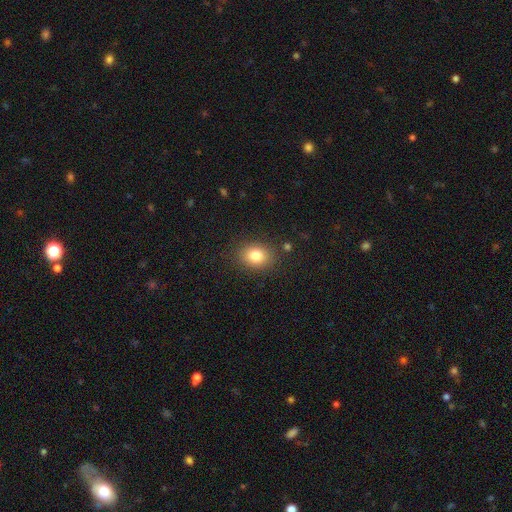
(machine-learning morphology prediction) This is clearly a smooth galaxy (82%). How rounded: possibly in between (57%). Merging: clearly none (86%).